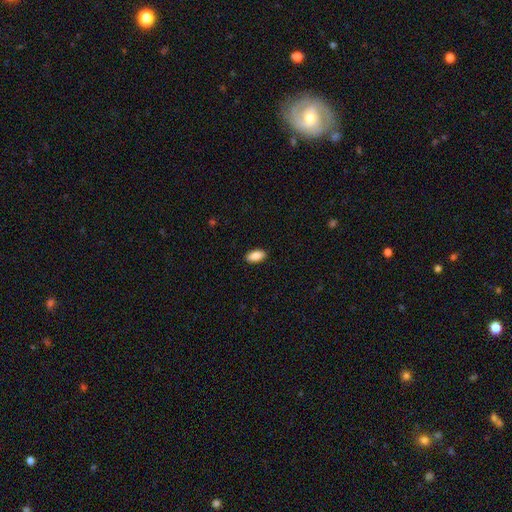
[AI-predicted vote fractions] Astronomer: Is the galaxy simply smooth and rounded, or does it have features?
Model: smooth — 89%.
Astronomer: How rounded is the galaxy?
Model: in between — 92%.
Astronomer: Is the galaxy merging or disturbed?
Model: none — 90%.